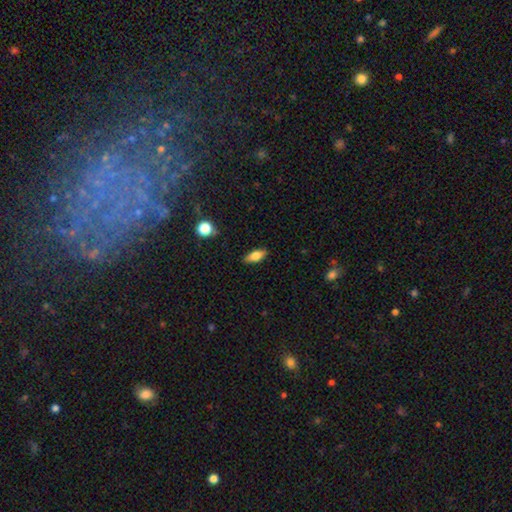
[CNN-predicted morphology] The model was most divided on "smooth or featured": smooth: 77%, featured or disk: 15%, star or artifact: 8%. More confident: merging — none (87%); how rounded — in between (81%).